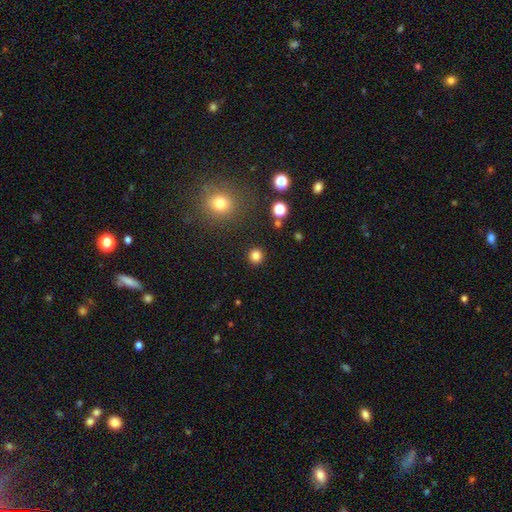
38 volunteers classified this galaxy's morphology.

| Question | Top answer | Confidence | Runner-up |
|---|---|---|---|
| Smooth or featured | smooth | 92% | featured or disk (5%) |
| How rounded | round | 100% | — |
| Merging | none | 95% | major disturbance (5%) |